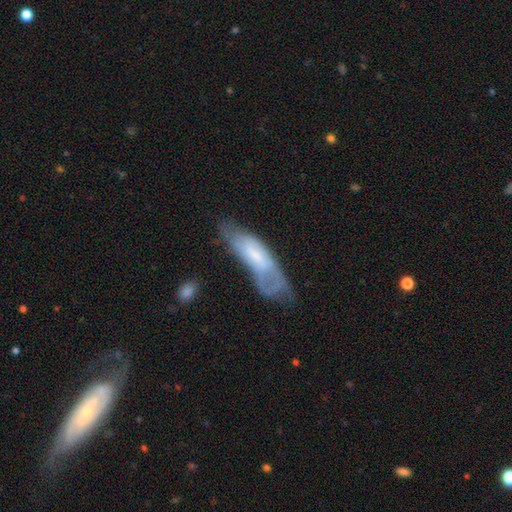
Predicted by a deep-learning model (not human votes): This appears to be a smooth galaxy with no disk features (47%). Merging: none (33%).